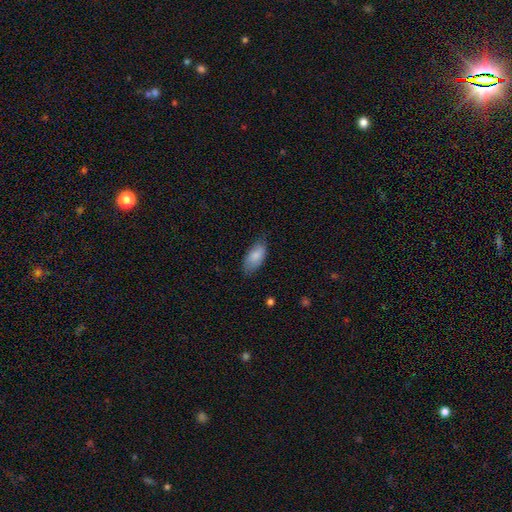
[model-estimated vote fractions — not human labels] The model was most divided on "merging": none: 72%, minor disturbance: 23%, major disturbance: 4%, merger: 1%. More confident: how rounded — in between (92%); smooth or featured — smooth (84%).